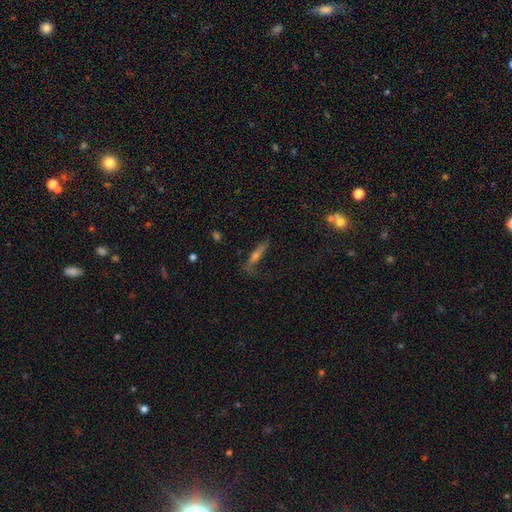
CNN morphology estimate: A featured or disk galaxy (51%) viewed edge-on (79%). Merging: none (56%).